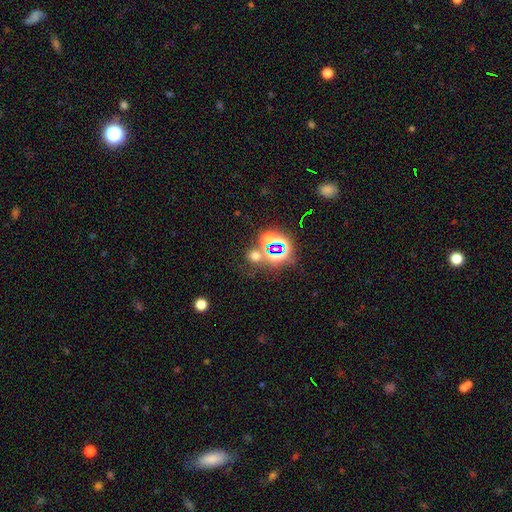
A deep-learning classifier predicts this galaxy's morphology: smooth 47%, star or artifact 45%, featured or disk 8%. Down the decision tree: merging — none (67%).